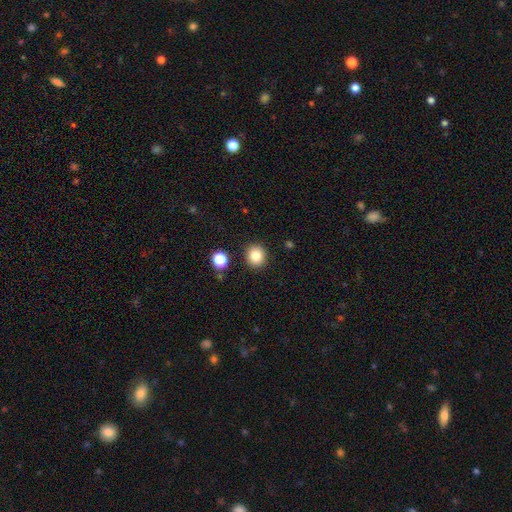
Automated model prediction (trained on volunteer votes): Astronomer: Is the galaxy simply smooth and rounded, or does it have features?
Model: smooth — 83%.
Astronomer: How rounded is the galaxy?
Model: round — 89%.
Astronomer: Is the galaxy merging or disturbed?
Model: none — 90%.